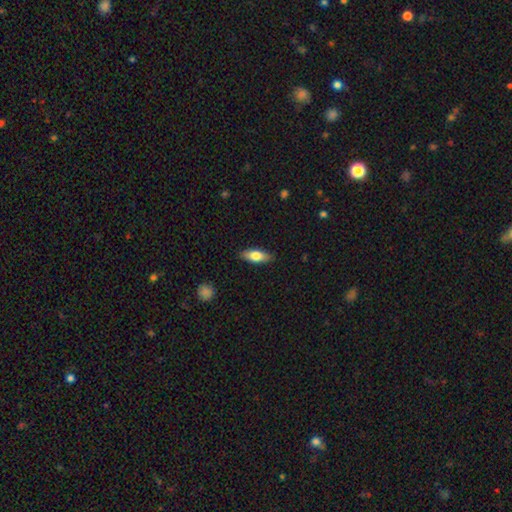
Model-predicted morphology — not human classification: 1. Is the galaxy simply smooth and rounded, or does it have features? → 73% smooth, 21% featured or disk, 6% star or artifact.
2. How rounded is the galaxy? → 73% in between, 25% cigar-shaped, 3% round.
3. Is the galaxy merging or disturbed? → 87% none, 10% minor disturbance, 2% major disturbance, 1% merger.